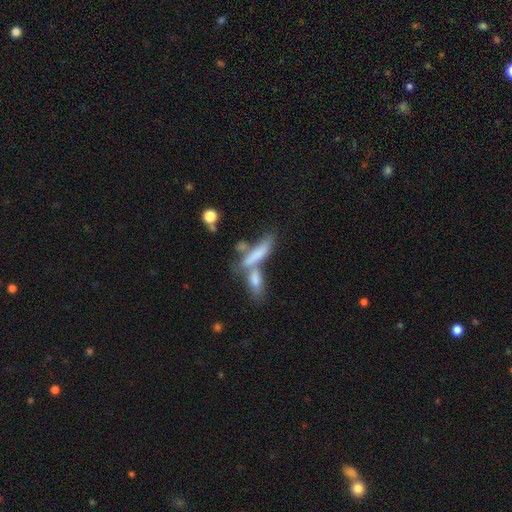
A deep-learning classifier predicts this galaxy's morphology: Q: Smooth or featured?
A: smooth (69%); runner-up: featured or disk (22%)
Q: How rounded?
A: cigar-shaped (64%); runner-up: in between (32%)
Q: Merging?
A: merger (52%); runner-up: none (31%)